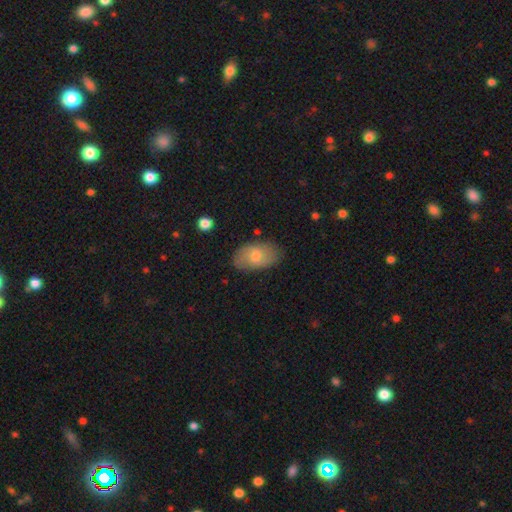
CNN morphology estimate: smooth_or_featured: smooth (p=0.64) [alt: featured or disk p=0.29]
how_rounded: in between (p=0.92) [alt: round p=0.06]
merging: none (p=0.80) [alt: minor disturbance p=0.15]